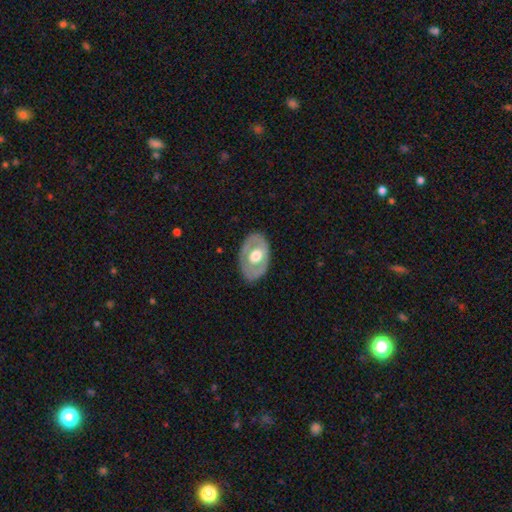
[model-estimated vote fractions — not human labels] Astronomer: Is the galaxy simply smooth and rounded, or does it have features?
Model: featured or disk — 56% (runner-up: smooth, 39%).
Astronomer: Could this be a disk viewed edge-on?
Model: no — 89%.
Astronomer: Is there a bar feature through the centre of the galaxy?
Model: no — 85%.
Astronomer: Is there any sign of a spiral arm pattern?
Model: no — 84%.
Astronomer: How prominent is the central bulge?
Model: moderate — 55% (runner-up: large, 39%).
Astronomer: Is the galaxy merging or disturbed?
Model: none — 78%.